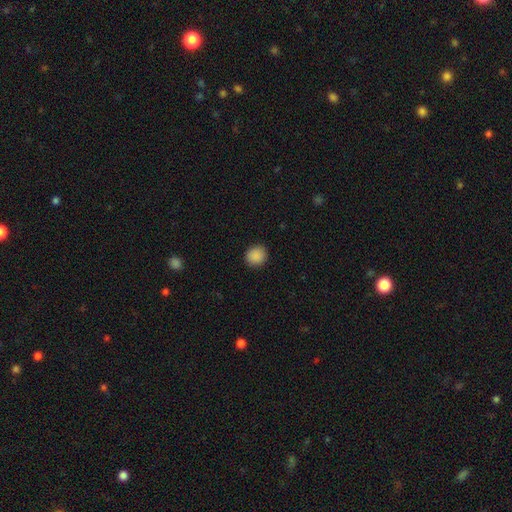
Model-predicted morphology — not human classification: smooth-or-featured: smooth: 89% | star or artifact: 9% | featured or disk: 2%
  how-rounded: round: 88% | in between: 11% | cigar-shaped: 1%
  merging: none: 91% | minor disturbance: 6% | major disturbance: 2% | merger: 1%